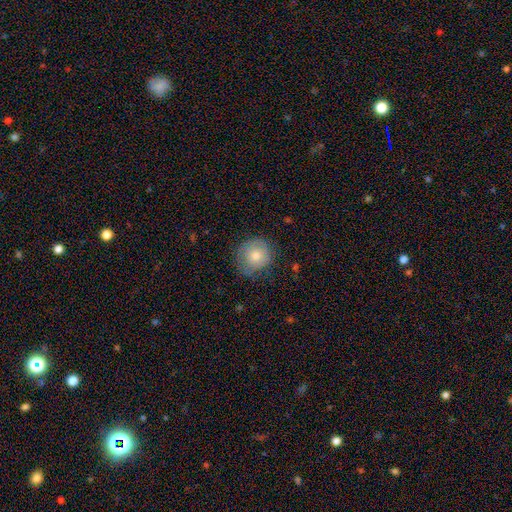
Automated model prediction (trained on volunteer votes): This appears to be a smooth galaxy with no disk features (71%) that is round (89%). Merging: none (72%).